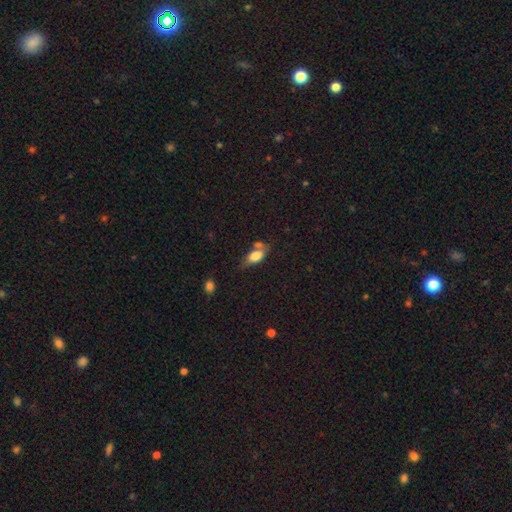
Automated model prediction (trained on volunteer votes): Overall: smooth (77%). How rounded: in between (85%). Merging: none (48%; minor disturbance 23%).